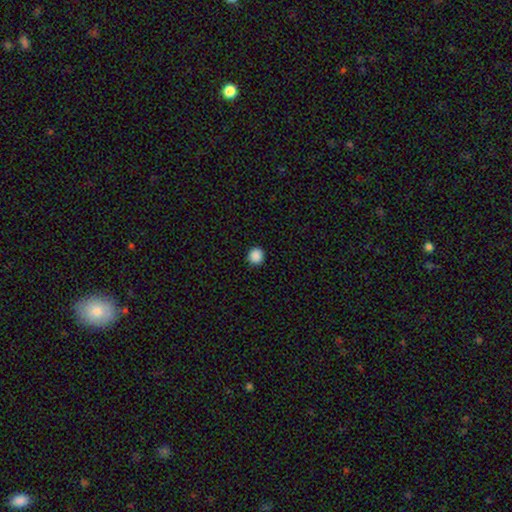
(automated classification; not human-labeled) smooth-or-featured: smooth: 88% | star or artifact: 10% | featured or disk: 2%
  how-rounded: round: 94% | in between: 5% | cigar-shaped: 1%
  merging: none: 93% | minor disturbance: 5% | major disturbance: 2% | merger: 1%